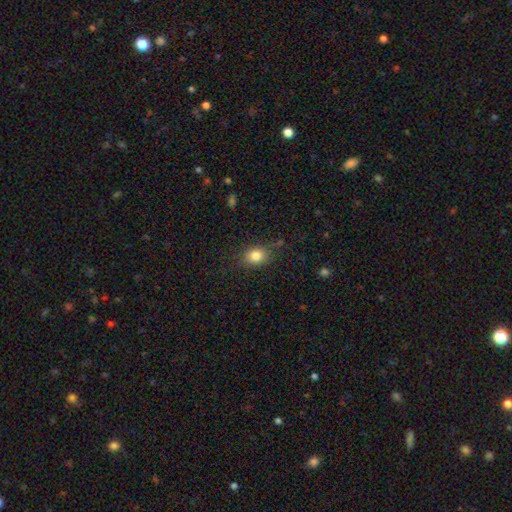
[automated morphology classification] Smooth or featured? Predicted: smooth (p=0.81). How rounded? Predicted: in between (p=0.58). Merging? Predicted: none (p=0.79).